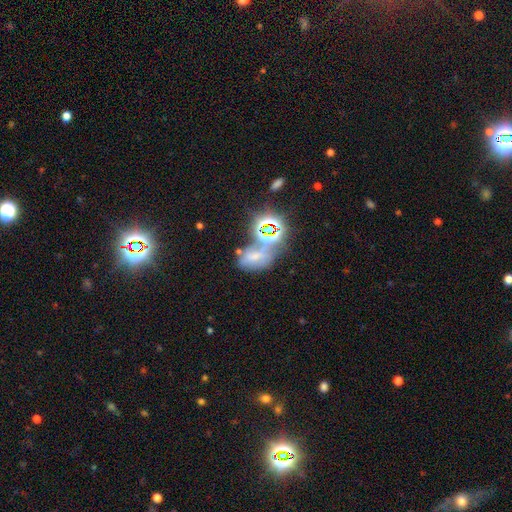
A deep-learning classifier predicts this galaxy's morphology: Smooth or featured: star or artifact — 44% (smooth — 37%)